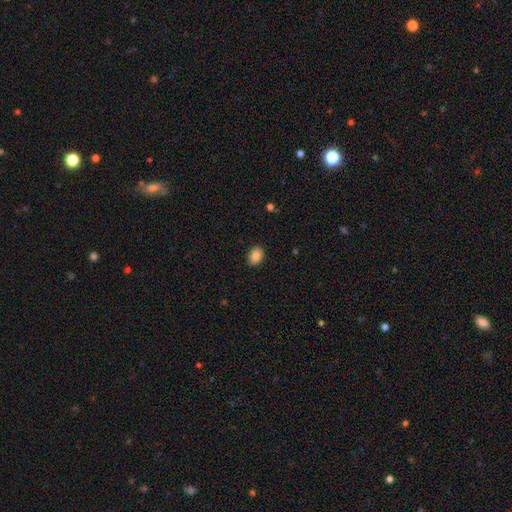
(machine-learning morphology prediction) smooth_or_featured: smooth (p=0.85) [alt: star or artifact p=0.08]
how_rounded: in between (p=0.63) [alt: round p=0.36]
merging: none (p=0.89) [alt: minor disturbance p=0.08]